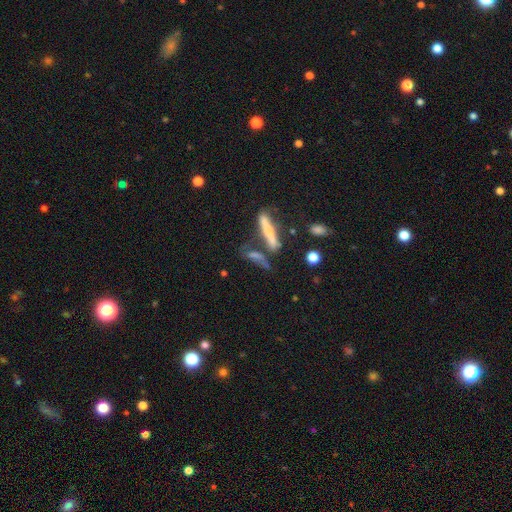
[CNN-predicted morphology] smooth-or-featured: smooth: 43% | featured or disk: 41% | star or artifact: 15%
  merging: none: 46% | merger: 27% | minor disturbance: 16% | major disturbance: 11%